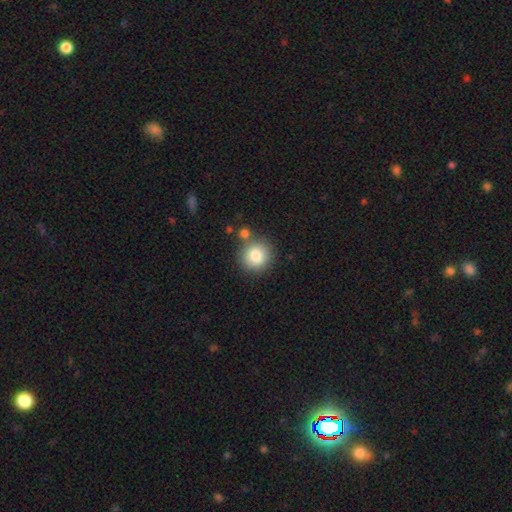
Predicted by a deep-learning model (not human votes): Smooth or featured?
  - smooth: 82% *
  - star or artifact: 9%
  - featured or disk: 8%
How rounded?
  - round: 90% *
  - in between: 9%
  - cigar-shaped: 1%
Merging?
  - none: 74% *
  - merger: 13%
  - minor disturbance: 11%
  - major disturbance: 3%